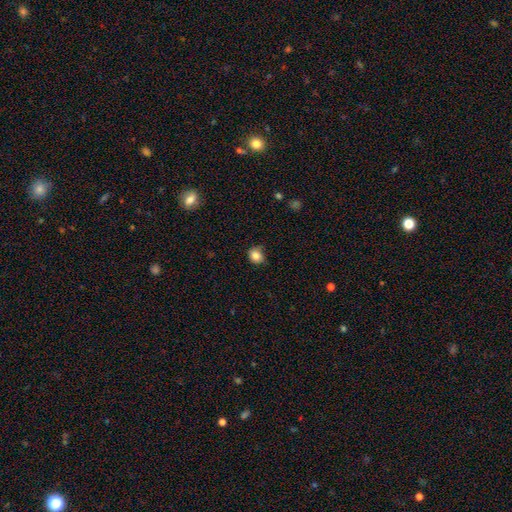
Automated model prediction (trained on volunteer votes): Smooth or featured? Predicted: smooth (p=0.83). How rounded? Predicted: round (p=0.70). Merging? Predicted: none (p=0.71).